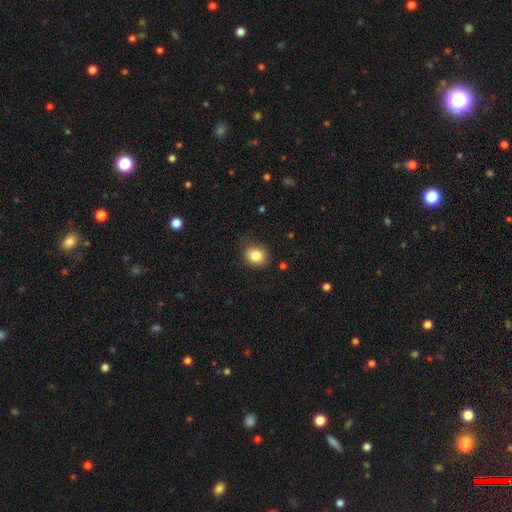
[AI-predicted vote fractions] Overall: smooth (84%). How rounded: round (62%; in between 37%). Merging: none (81%).